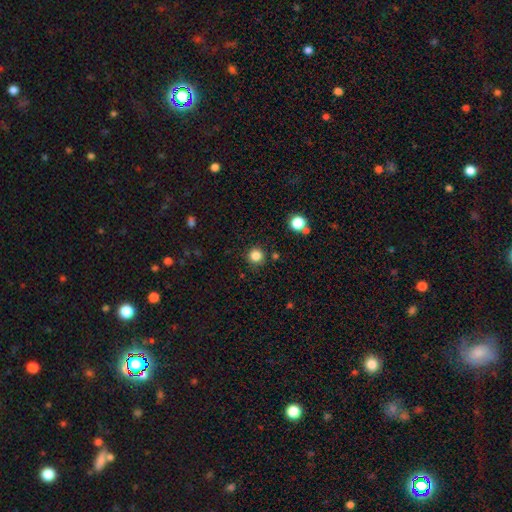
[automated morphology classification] A smooth galaxy with no disk features (83%) that is round (95%). Merging: none (88%).